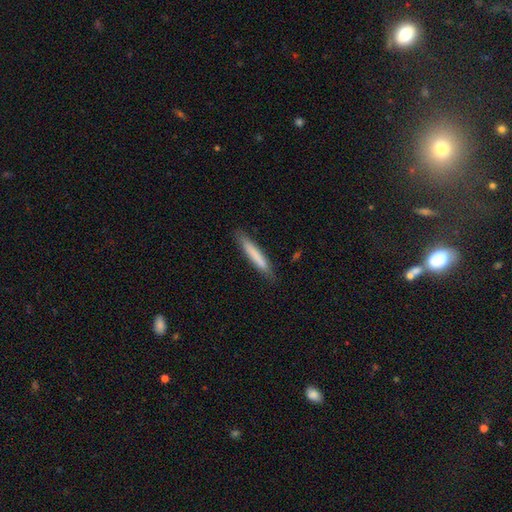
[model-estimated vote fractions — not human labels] smooth 77%, featured or disk 17%, star or artifact 6%. Down the decision tree: how rounded — cigar-shaped (94%); merging — none (86%).